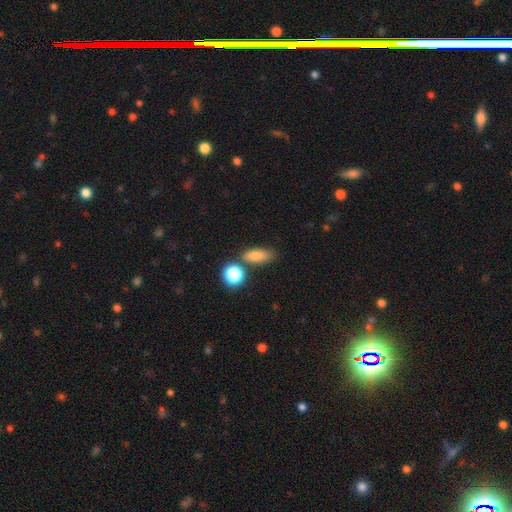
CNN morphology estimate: smooth-or-featured: smooth: 79% | star or artifact: 12% | featured or disk: 9%
  how-rounded: in between: 68% | cigar-shaped: 19% | round: 12%
  merging: none: 70% | minor disturbance: 14% | merger: 11% | major disturbance: 4%